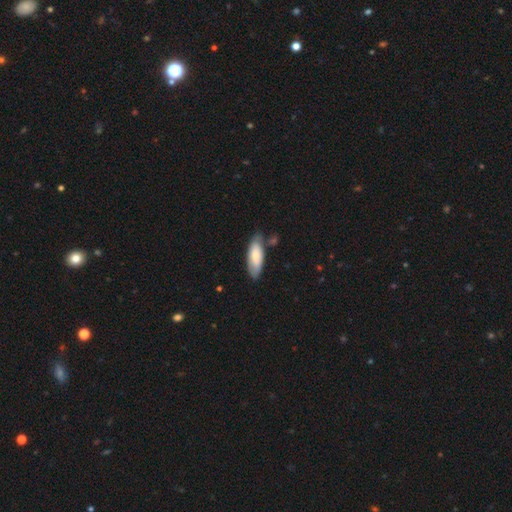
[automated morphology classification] smooth 71%, featured or disk 24%, star or artifact 6%. Down the decision tree: how rounded — in between (75%); merging — none (67%).